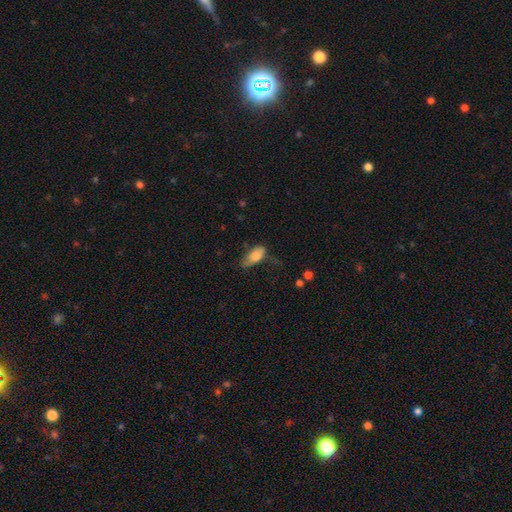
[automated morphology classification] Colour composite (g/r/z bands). It shows a smooth galaxy with no disk features (76%) that is in between round and cigar-shaped (86%). Merging: none (50%).